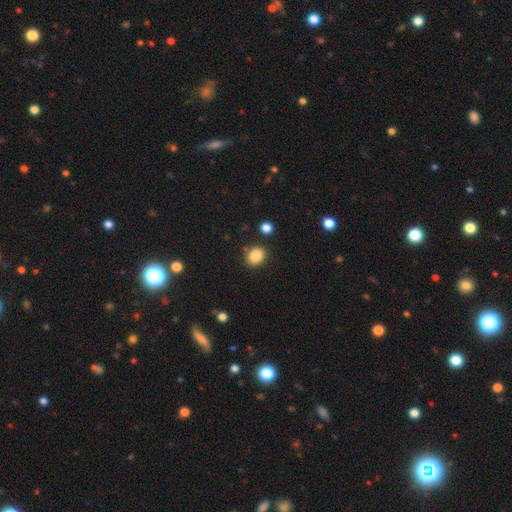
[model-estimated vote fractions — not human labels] Smooth or featured? Predicted: smooth (p=0.87). How rounded? Predicted: round (p=0.58). Merging? Predicted: none (p=0.83).